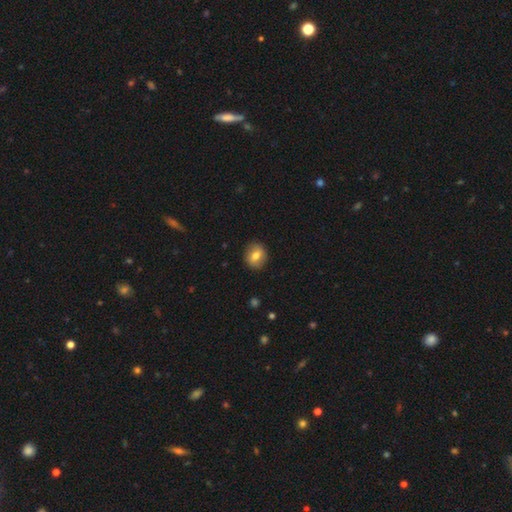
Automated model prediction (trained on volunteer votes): A smooth galaxy with no disk features (72%) that is round (75%).

Vote fractions:
- Smooth or featured? smooth: 72% / featured or disk: 19% / star or artifact: 9%
- How rounded? round: 75% / in between: 24% / cigar-shaped: 1%
- Merging? none: 89% / minor disturbance: 8% / major disturbance: 2% / merger: 1%